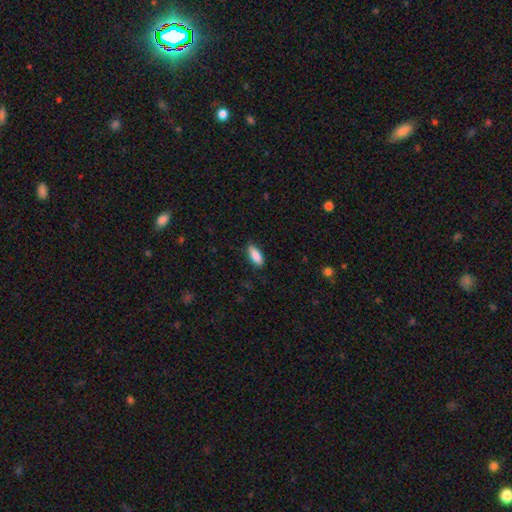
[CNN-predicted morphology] Q: Smooth or featured?
A: smooth (87%); runner-up: featured or disk (7%)
Q: How rounded?
A: in between (77%); runner-up: cigar-shaped (21%)
Q: Merging?
A: none (81%); runner-up: minor disturbance (15%)